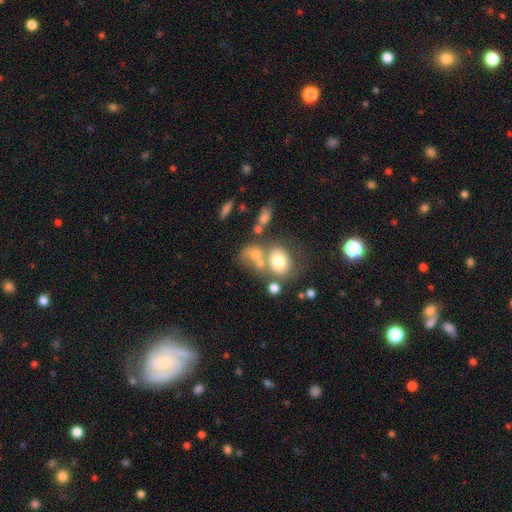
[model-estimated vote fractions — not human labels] The model was most divided on "how rounded": round: 51%, in between: 48%, cigar-shaped: 1%. Remaining: smooth or featured — smooth (66%); merging — merger (48%).